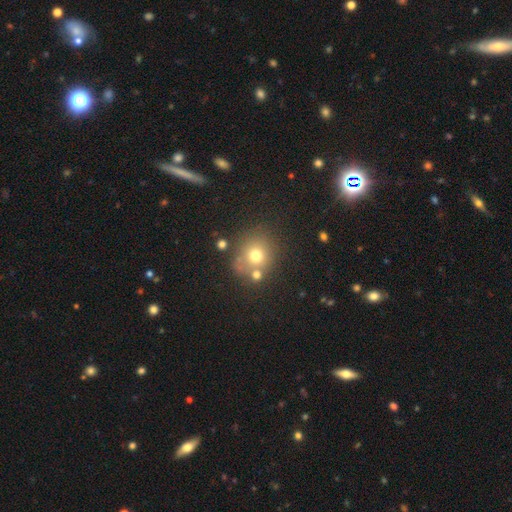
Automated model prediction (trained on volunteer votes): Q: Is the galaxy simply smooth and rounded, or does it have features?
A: smooth — 70%.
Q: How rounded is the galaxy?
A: round — 80%.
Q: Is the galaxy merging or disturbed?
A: none — 64%.